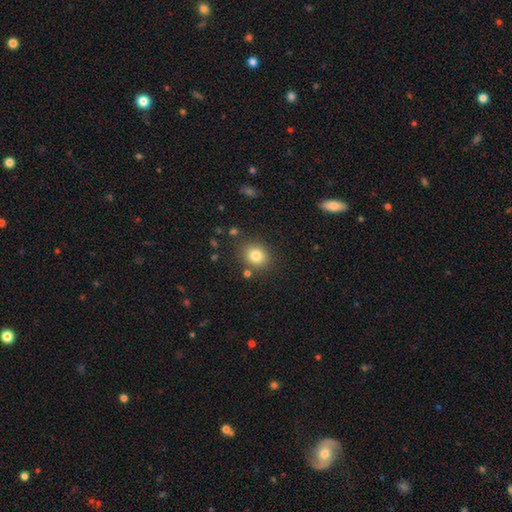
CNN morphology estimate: Smooth or featured: smooth — 82% (star or artifact — 11%)
How rounded: round — 69% (in between — 30%)
Merging: none — 82% (minor disturbance — 10%)